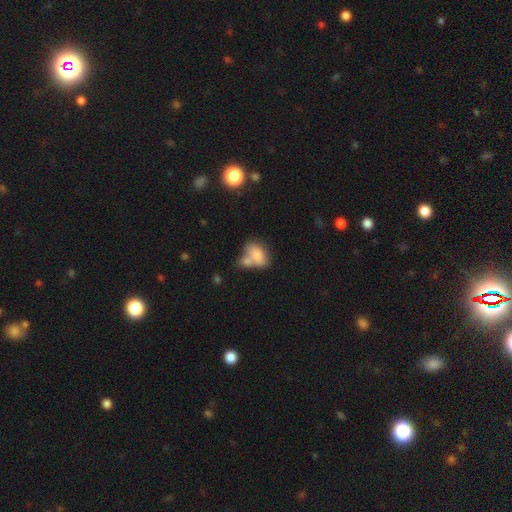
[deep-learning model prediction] Smooth or featured? smooth (78%)
How rounded? in between (80%)
Merging? merger (49%)